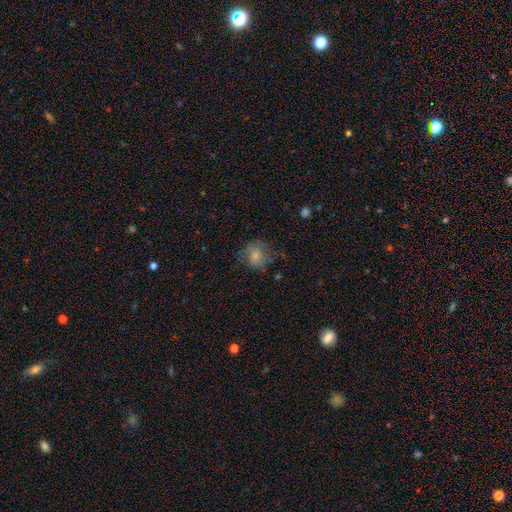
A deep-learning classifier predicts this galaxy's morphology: Smooth or featured: smooth — 69% (featured or disk — 21%)
How rounded: round — 73% (in between — 26%)
Merging: none — 57% (minor disturbance — 25%)